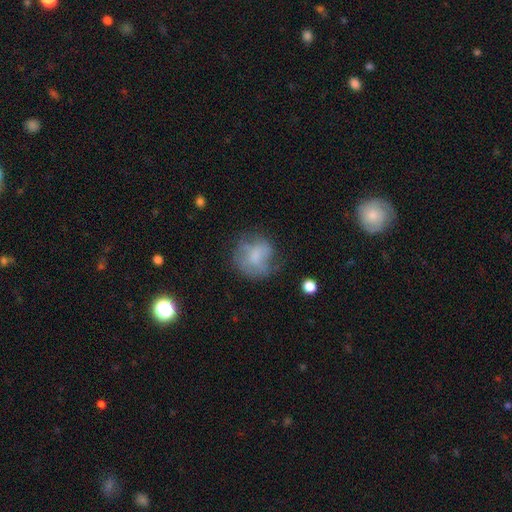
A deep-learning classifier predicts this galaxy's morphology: A smooth galaxy with no disk features (58%) that is round (77%).

Vote fractions:
- Smooth or featured? smooth: 58% / featured or disk: 32% / star or artifact: 10%
- How rounded? round: 77% / in between: 21% / cigar-shaped: 1%
- Merging? none: 47% / minor disturbance: 27% / major disturbance: 23% / merger: 3%